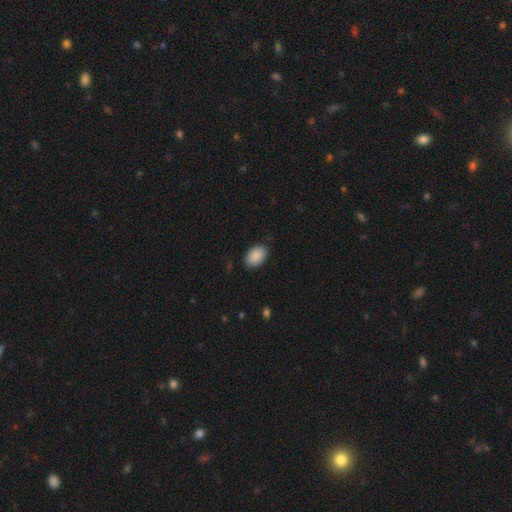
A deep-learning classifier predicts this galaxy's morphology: smooth 90%, star or artifact 7%, featured or disk 3%. Down the decision tree: how rounded — in between (88%); merging — none (82%).